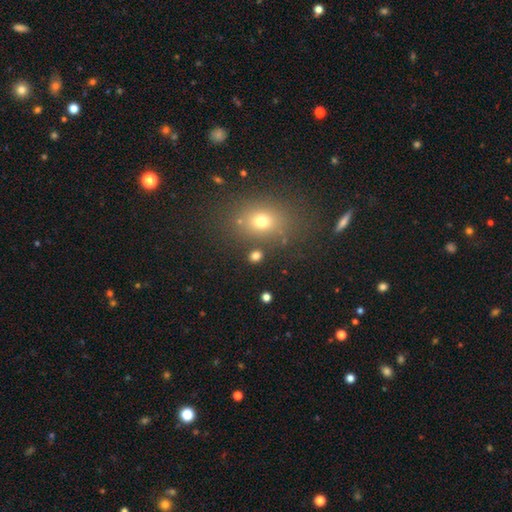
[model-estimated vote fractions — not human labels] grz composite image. It shows a smooth galaxy with no disk features (74%) that is round (56%). Merging: none (81%).